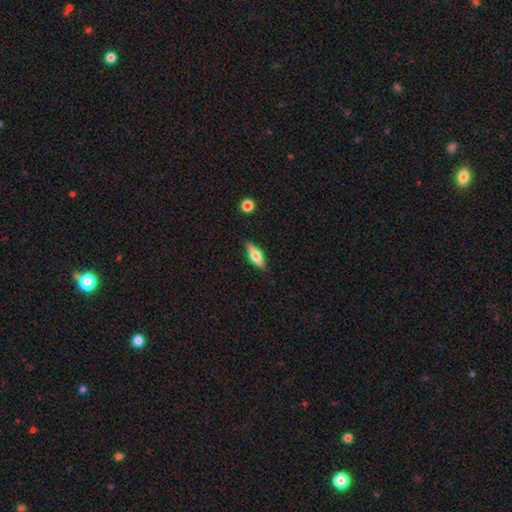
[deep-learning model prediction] This appears to be a featured or disk galaxy (50%) viewed edge-on (94%). Merging: none (86%).